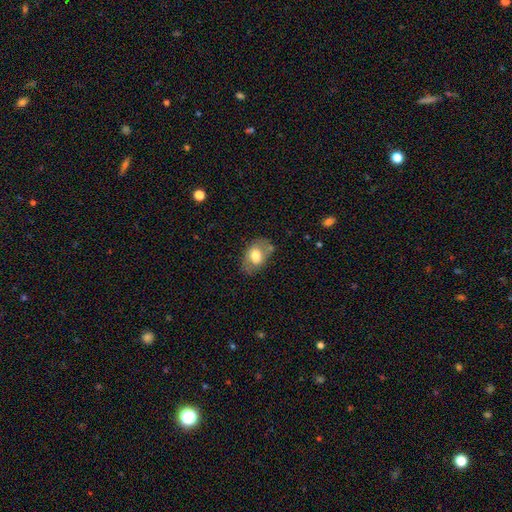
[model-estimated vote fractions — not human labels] Smooth or featured? Predicted: smooth (p=0.62). How rounded? Predicted: in between (p=0.86). Merging? Predicted: none (p=0.64).